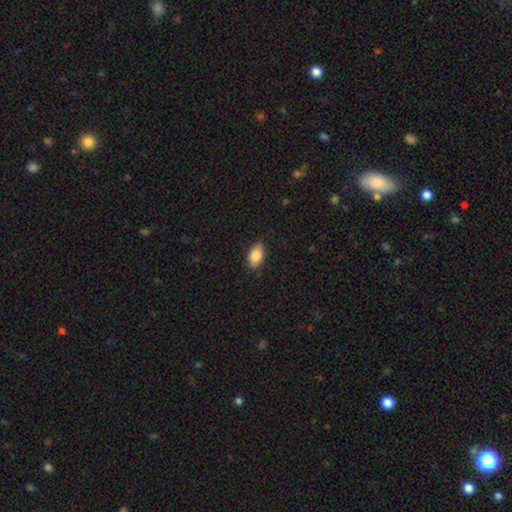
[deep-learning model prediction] smooth_or_featured: smooth (p=0.87) [alt: star or artifact p=0.07]
how_rounded: in between (p=0.92) [alt: round p=0.05]
merging: none (p=0.86) [alt: minor disturbance p=0.11]